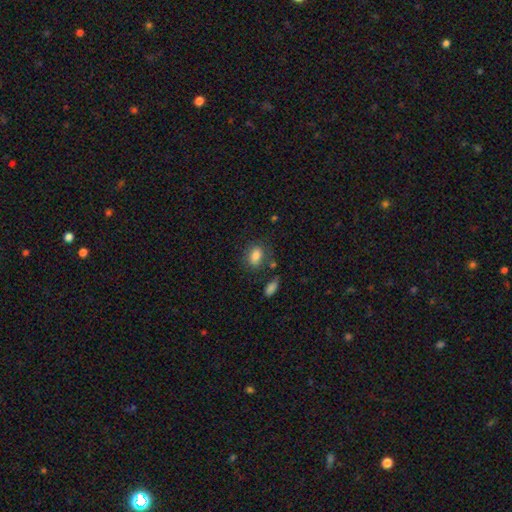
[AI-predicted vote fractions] Smooth or featured? smooth (83%)
How rounded? in between (77%)
Merging? none (70%)